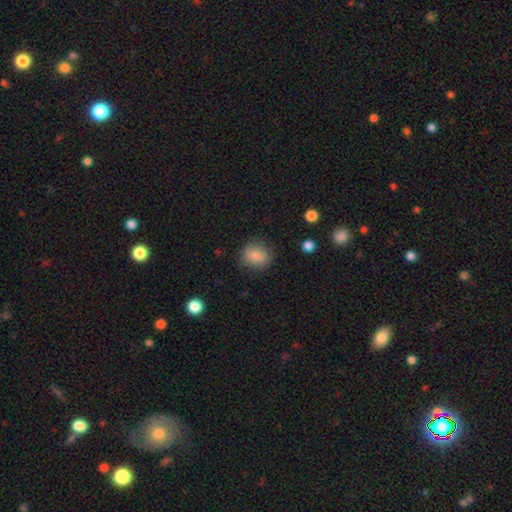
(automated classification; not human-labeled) Smooth or featured?
  - smooth: 84% *
  - star or artifact: 9%
  - featured or disk: 8%
How rounded?
  - round: 61% *
  - in between: 38%
  - cigar-shaped: 1%
Merging?
  - none: 82% *
  - minor disturbance: 13%
  - major disturbance: 4%
  - merger: 1%